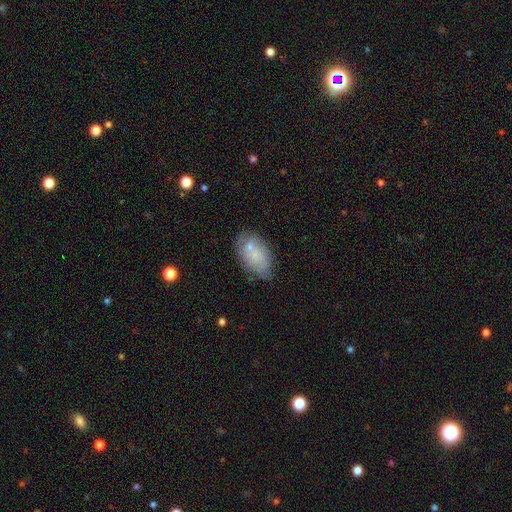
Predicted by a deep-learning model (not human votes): The model was most divided on "merging": none: 54%, minor disturbance: 23%, merger: 17%, major disturbance: 7%. More confident: how rounded — in between (91%); smooth or featured — smooth (63%).